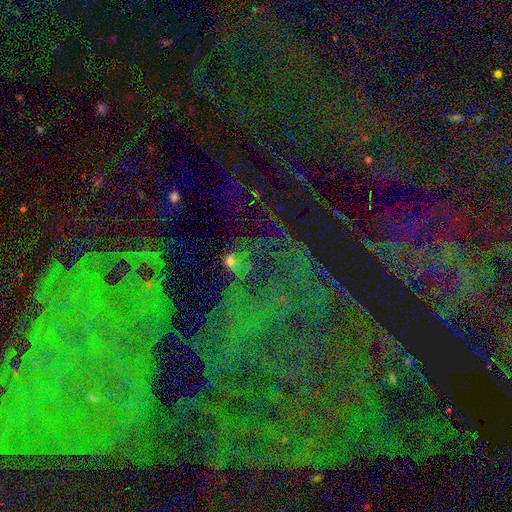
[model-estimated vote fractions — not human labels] A star or artifact, not a galaxy (81%).

Vote fractions:
- Smooth or featured? star or artifact: 81% / featured or disk: 9% / smooth: 9%